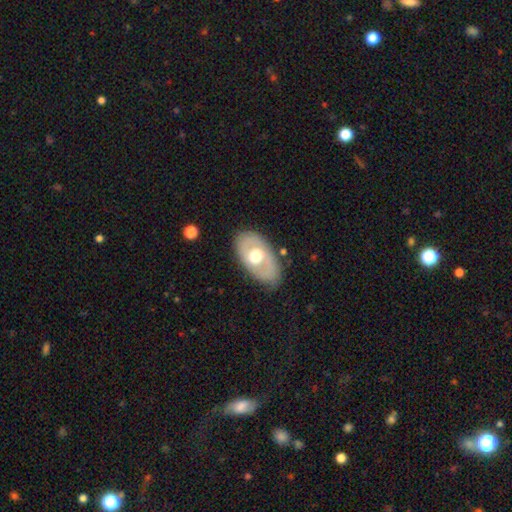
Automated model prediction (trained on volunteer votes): This is possibly a featured or disk galaxy (56%). It is clearly not viewed edge-on (89%). Merging: likely none (75%).